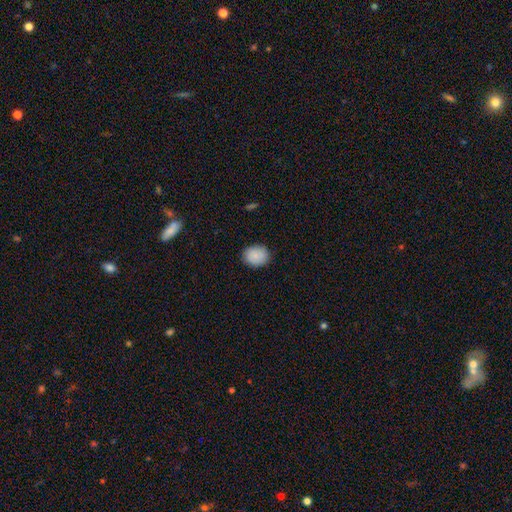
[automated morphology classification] Smooth or featured? Predicted: smooth (p=0.88). How rounded? Predicted: round (p=0.54). Merging? Predicted: none (p=0.87).